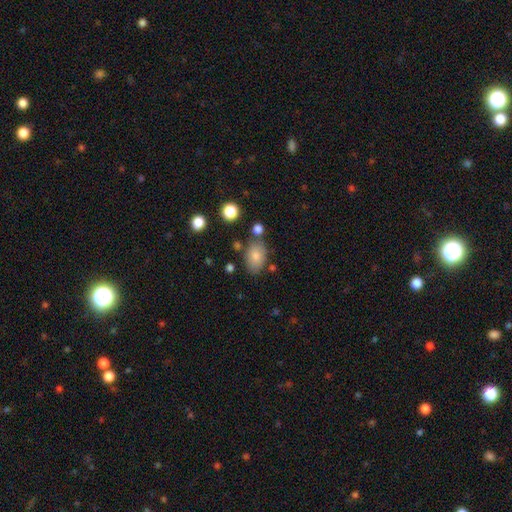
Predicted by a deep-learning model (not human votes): This appears to be a smooth galaxy with no disk features (81%) that is in between round and cigar-shaped (86%). Merging: none (73%).